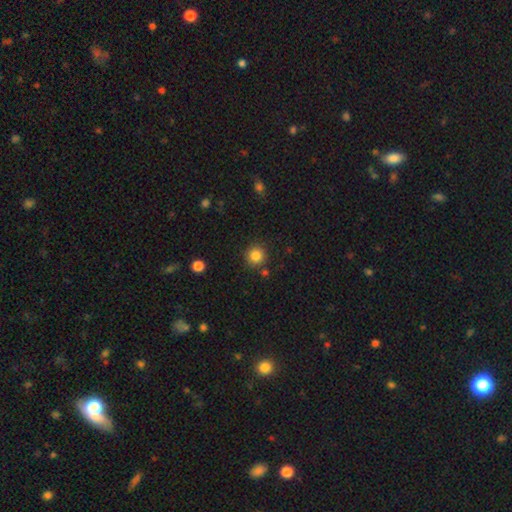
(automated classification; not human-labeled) Smooth or featured?
  - smooth: 84% *
  - star or artifact: 11%
  - featured or disk: 5%
How rounded?
  - round: 93% *
  - in between: 6%
  - cigar-shaped: 1%
Merging?
  - none: 86% *
  - minor disturbance: 7%
  - merger: 4%
  - major disturbance: 3%